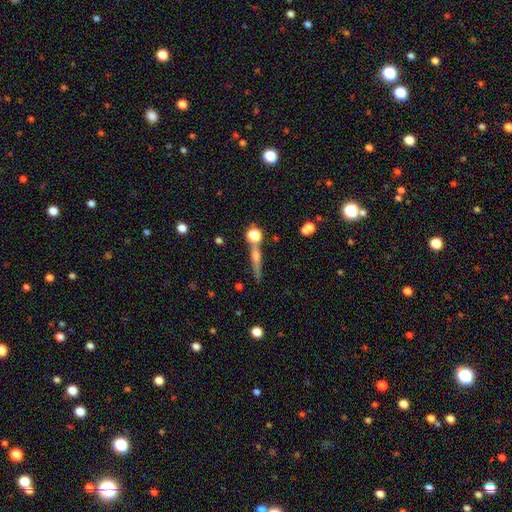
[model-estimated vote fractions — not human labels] Overall: featured or disk (52%; smooth 36%). Edge-on disk: yes (92%). Merging: none (70%).